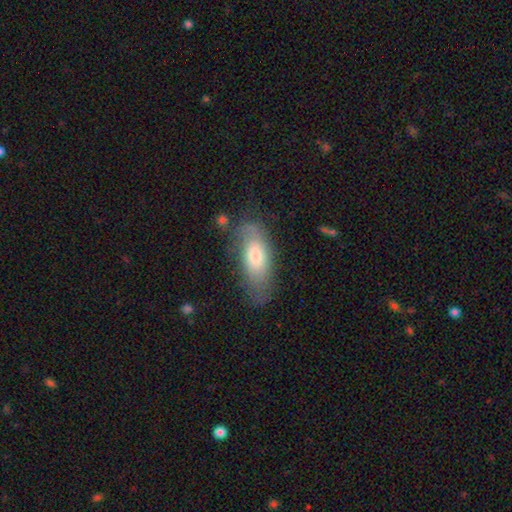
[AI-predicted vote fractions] Morphology: type=smooth (65%); roundness=in between (79%); merging=none (61%).